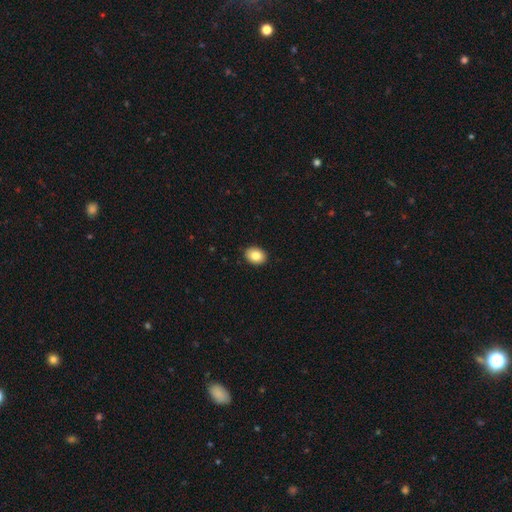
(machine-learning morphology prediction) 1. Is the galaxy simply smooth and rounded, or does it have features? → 83% smooth, 8% featured or disk, 8% star or artifact.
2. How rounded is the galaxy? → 63% in between, 37% round, 1% cigar-shaped.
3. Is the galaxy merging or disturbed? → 91% none, 7% minor disturbance, 2% major disturbance, 1% merger.